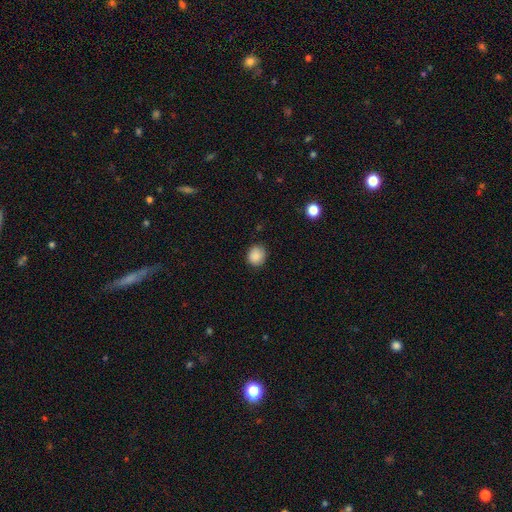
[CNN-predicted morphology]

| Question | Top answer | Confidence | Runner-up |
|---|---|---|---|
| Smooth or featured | smooth | 87% | star or artifact (9%) |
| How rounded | round | 80% | in between (19%) |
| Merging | none | 83% | minor disturbance (13%) |